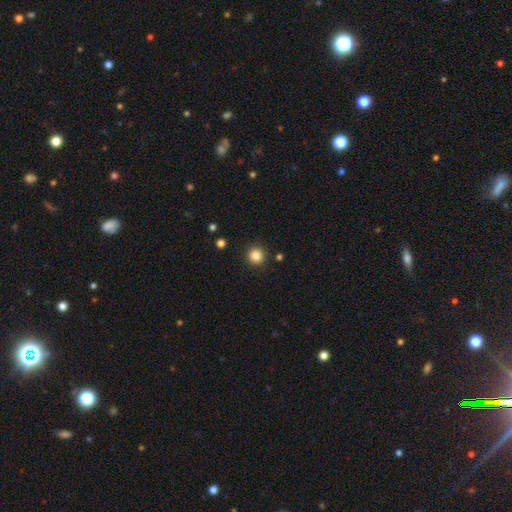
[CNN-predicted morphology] Smooth or featured?
  - smooth: 85% *
  - star or artifact: 11%
  - featured or disk: 4%
How rounded?
  - round: 94% *
  - in between: 5%
  - cigar-shaped: 1%
Merging?
  - none: 91% *
  - minor disturbance: 5%
  - major disturbance: 2%
  - merger: 1%